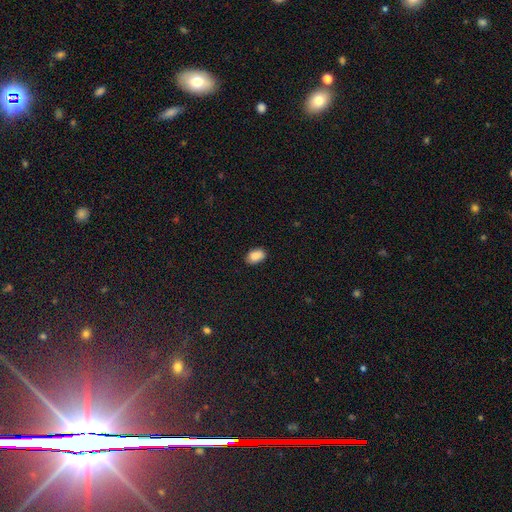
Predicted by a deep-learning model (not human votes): Smooth or featured?
  - smooth: 88% *
  - star or artifact: 8%
  - featured or disk: 4%
How rounded?
  - in between: 86% *
  - round: 13%
  - cigar-shaped: 1%
Merging?
  - none: 84% *
  - minor disturbance: 12%
  - major disturbance: 2%
  - merger: 1%